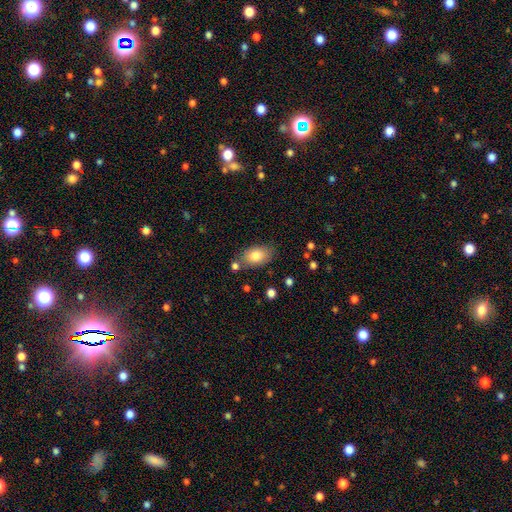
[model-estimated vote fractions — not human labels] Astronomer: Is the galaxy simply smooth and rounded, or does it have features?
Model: smooth — 82%.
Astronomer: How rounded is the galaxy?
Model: in between — 90%.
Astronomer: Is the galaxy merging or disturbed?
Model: none — 73%.